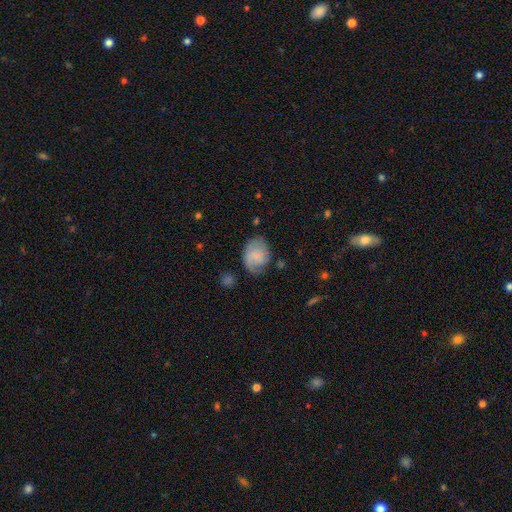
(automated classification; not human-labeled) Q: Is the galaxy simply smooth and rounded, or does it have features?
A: smooth — 54%.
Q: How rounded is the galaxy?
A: in between — 60%.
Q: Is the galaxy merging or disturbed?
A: none — 59%.